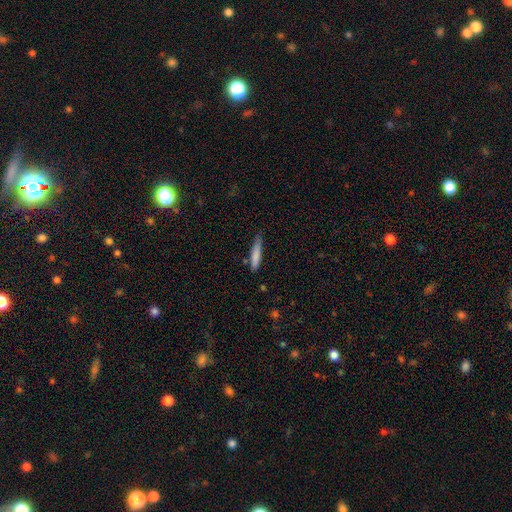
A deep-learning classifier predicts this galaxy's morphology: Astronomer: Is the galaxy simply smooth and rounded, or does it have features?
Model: smooth — 80%.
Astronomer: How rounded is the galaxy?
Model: cigar-shaped — 87%.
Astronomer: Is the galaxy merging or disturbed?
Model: none — 72%.